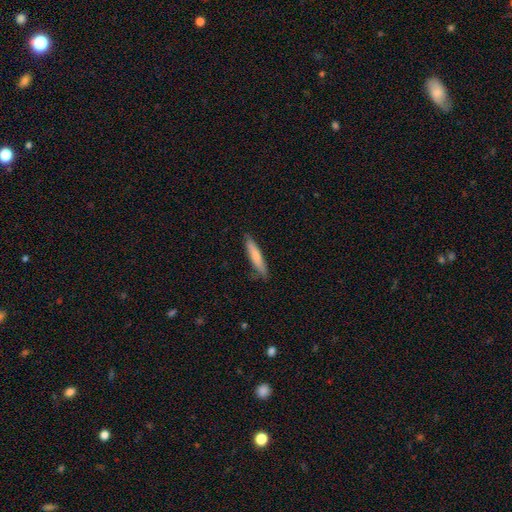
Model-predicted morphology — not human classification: Smooth or featured: smooth — 75% (featured or disk — 20%)
How rounded: cigar-shaped — 88% (in between — 10%)
Merging: none — 84% (minor disturbance — 12%)